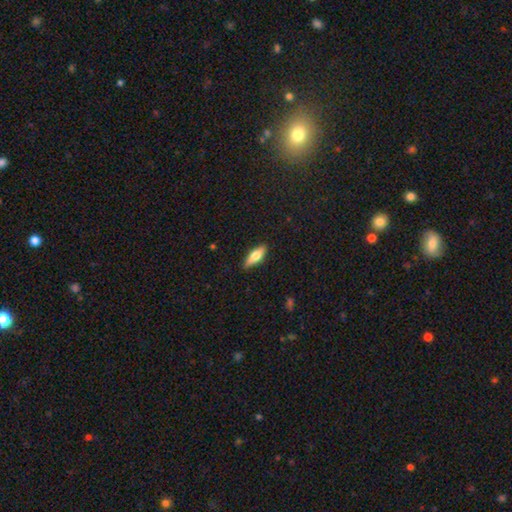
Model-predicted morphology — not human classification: smooth-or-featured: smooth: 67% | featured or disk: 27% | star or artifact: 6%
  how-rounded: in between: 59% | cigar-shaped: 39% | round: 2%
  merging: none: 86% | minor disturbance: 11% | major disturbance: 2% | merger: 1%